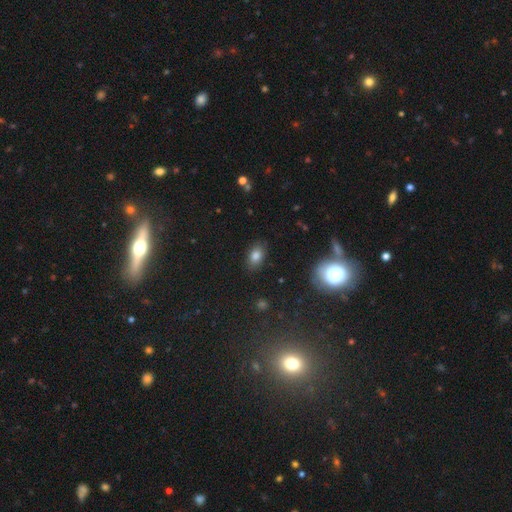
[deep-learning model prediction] Smooth or featured?
  - smooth: 81% *
  - star or artifact: 12%
  - featured or disk: 8%
How rounded?
  - in between: 85% *
  - round: 13%
  - cigar-shaped: 2%
Merging?
  - none: 86% *
  - minor disturbance: 11%
  - major disturbance: 2%
  - merger: 1%